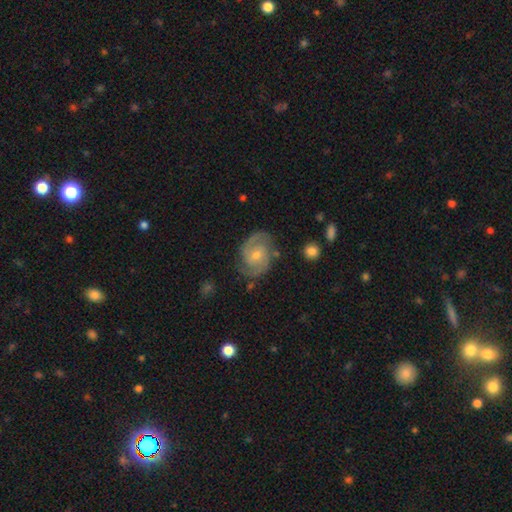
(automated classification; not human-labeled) The model was most divided on "bulge size" (2-way tie): small: 48%, moderate: 48%, large: 2%, none: 2%, dominant: 1%. Remaining: edge-on disk — no (98%); spiral arms — yes (97%); smooth or featured — featured or disk (85%); spiral arm count — 2 (85%); merging — none (78%); bar — no (57%); spiral winding — medium (48%).